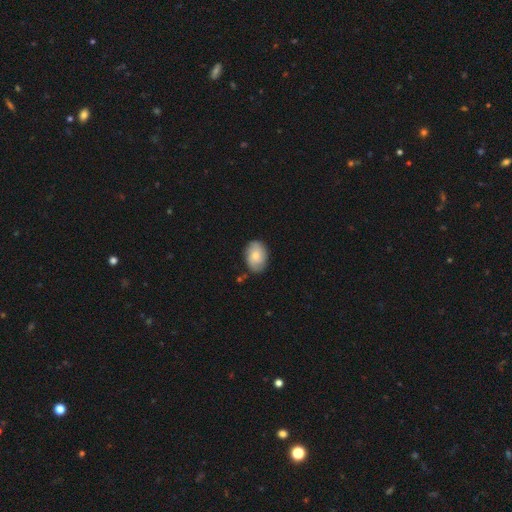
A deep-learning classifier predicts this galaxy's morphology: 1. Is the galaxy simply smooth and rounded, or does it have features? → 61% smooth, 32% featured or disk, 7% star or artifact.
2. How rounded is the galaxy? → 79% in between, 20% round, 1% cigar-shaped.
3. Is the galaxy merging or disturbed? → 77% none, 18% minor disturbance, 4% major disturbance, 2% merger.